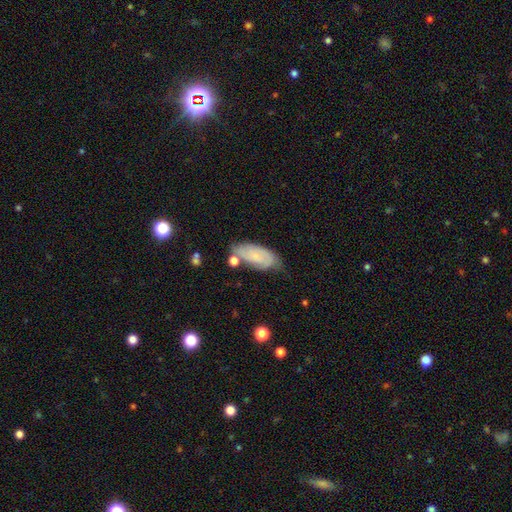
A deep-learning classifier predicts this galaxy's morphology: Smooth or featured: smooth — 47% (featured or disk — 45%)
Merging: none — 62% (minor disturbance — 24%)